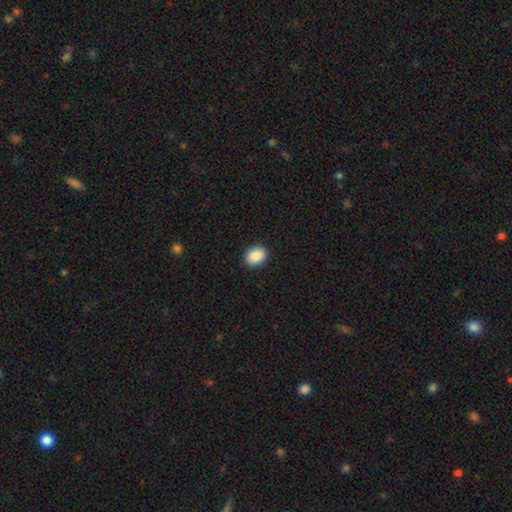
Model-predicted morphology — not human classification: smooth_or_featured: smooth (p=0.88) [alt: star or artifact p=0.08]
how_rounded: in between (p=0.52) [alt: round p=0.48]
merging: none (p=0.90) [alt: minor disturbance p=0.07]